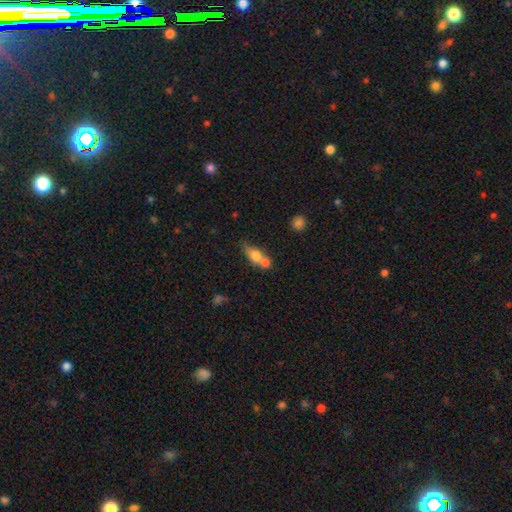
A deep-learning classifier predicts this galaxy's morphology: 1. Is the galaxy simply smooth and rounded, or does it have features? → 71% smooth, 21% featured or disk, 9% star or artifact.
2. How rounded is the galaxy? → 61% in between, 26% round, 13% cigar-shaped.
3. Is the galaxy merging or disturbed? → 57% merger, 27% none, 11% minor disturbance, 6% major disturbance.